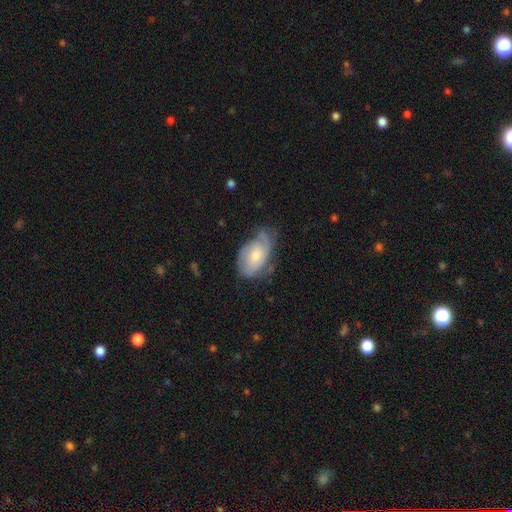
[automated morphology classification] A featured or disk galaxy (50%).

Vote fractions:
- Smooth or featured? featured or disk: 50% / smooth: 44% / star or artifact: 6%
- Merging? none: 45% / minor disturbance: 37% / major disturbance: 16% / merger: 2%